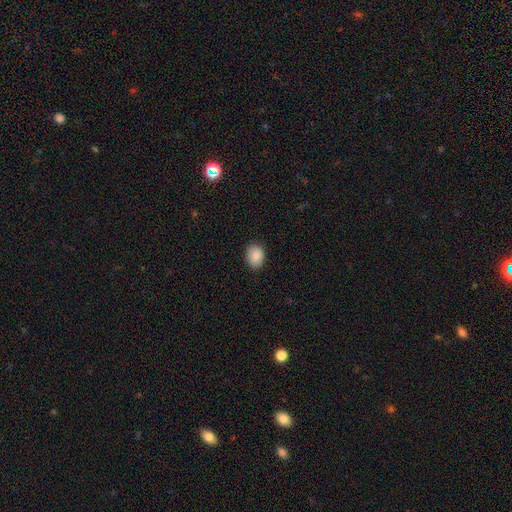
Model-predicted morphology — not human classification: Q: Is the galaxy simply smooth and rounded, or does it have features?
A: smooth — 87%.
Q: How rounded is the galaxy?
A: in between — 61%.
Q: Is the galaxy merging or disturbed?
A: none — 87%.